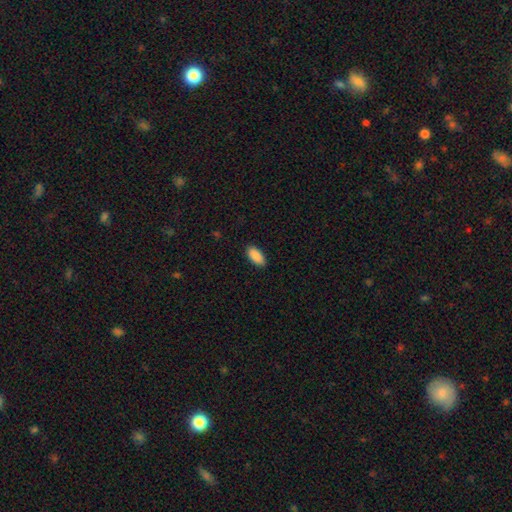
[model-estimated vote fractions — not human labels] Q: Smooth or featured?
A: smooth (90%); runner-up: star or artifact (6%)
Q: How rounded?
A: in between (91%); runner-up: cigar-shaped (7%)
Q: Merging?
A: none (89%); runner-up: minor disturbance (8%)